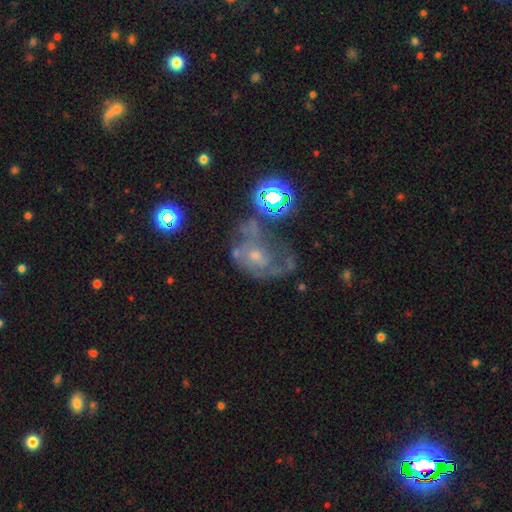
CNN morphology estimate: A featured or disk galaxy (56%) with no bar (77%), spiral arms (60%) and a small central bulge (56%).

Vote fractions:
- Smooth or featured? featured or disk: 56% / star or artifact: 22% / smooth: 22%
- Edge-on disk? no: 97% / yes: 3%
- Bar? no: 77% / weak: 19% / strong: 4%
- Spiral arms? yes: 60% / no: 40%
- Bulge size? small: 56% / moderate: 31% / none: 9% / large: 3% / dominant: 1%
- Merging? major disturbance: 36% / none: 31% / minor disturbance: 20% / merger: 13%